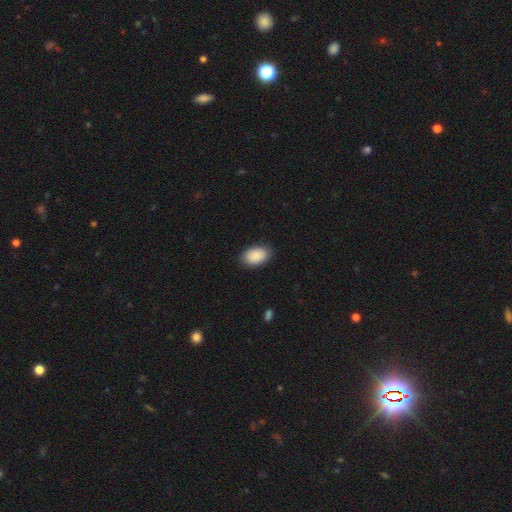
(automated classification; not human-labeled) Q: Smooth or featured?
A: smooth (91%); runner-up: star or artifact (6%)
Q: How rounded?
A: in between (91%); runner-up: round (8%)
Q: Merging?
A: none (88%); runner-up: minor disturbance (9%)